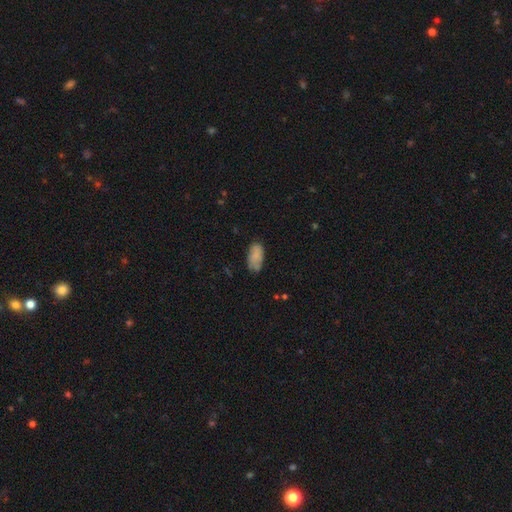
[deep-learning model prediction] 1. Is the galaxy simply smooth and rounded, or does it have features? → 80% smooth, 12% featured or disk, 8% star or artifact.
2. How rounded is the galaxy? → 94% in between, 3% cigar-shaped, 3% round.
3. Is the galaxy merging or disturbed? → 65% none, 25% minor disturbance, 6% major disturbance, 4% merger.